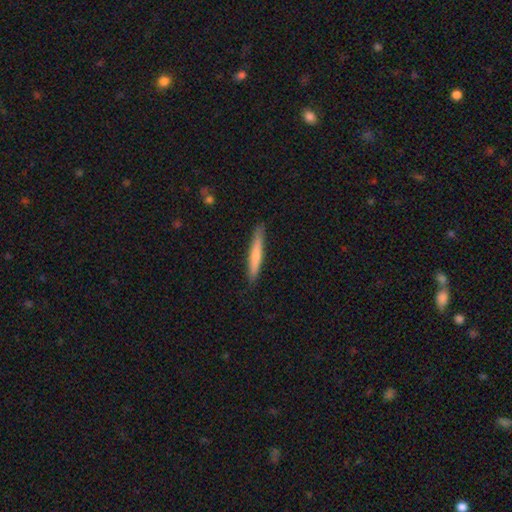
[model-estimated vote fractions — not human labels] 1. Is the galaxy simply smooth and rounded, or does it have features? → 67% smooth, 28% featured or disk, 5% star or artifact.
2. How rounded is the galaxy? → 95% cigar-shaped, 3% in between, 1% round.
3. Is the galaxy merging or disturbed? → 88% none, 9% minor disturbance, 2% major disturbance, 1% merger.